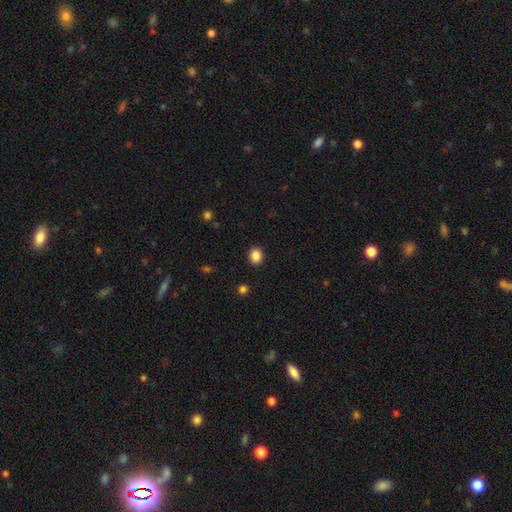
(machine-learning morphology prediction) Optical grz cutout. It shows a smooth galaxy with no disk features (86%) that is round (69%). Merging: none (91%).